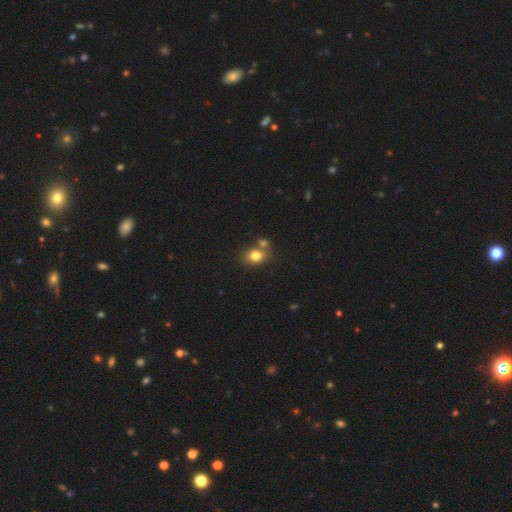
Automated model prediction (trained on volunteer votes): This appears to be a smooth galaxy with no disk features (81%) that is in between round and cigar-shaped (58%). Merging: none (56%).